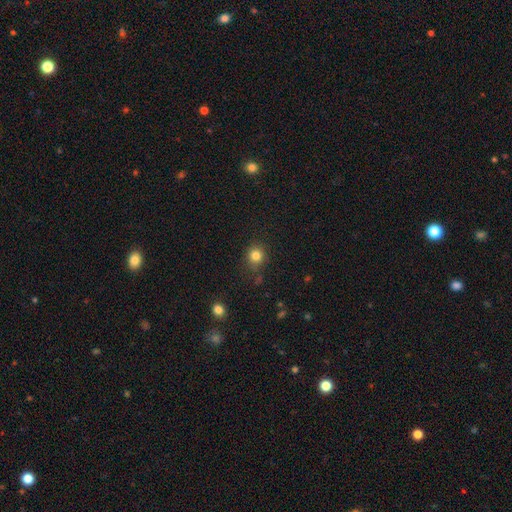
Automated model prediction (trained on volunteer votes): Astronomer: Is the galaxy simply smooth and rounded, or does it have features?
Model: smooth — 82%.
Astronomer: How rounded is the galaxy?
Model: round — 86%.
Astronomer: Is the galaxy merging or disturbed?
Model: none — 82%.